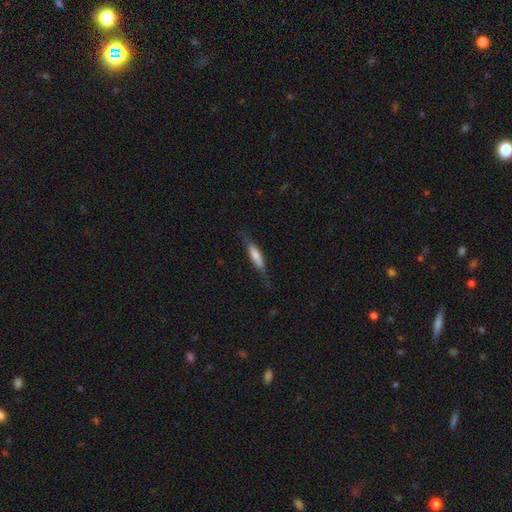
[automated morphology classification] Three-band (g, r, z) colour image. It shows a smooth galaxy with no disk features (61%) that is cigar-shaped (79%). Merging: none (71%).